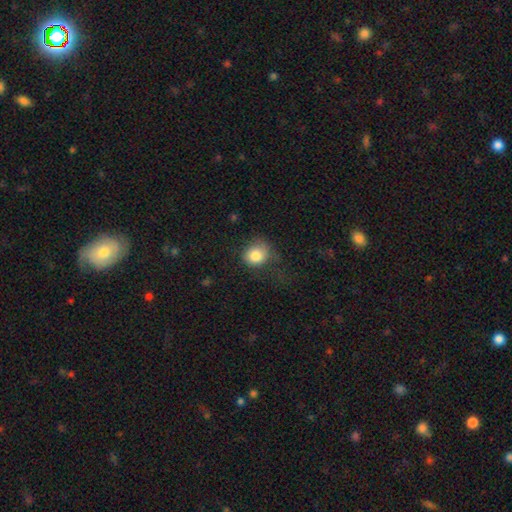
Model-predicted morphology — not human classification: Smooth or featured: smooth — 82% (star or artifact — 10%)
How rounded: round — 77% (in between — 22%)
Merging: none — 57% (minor disturbance — 25%)